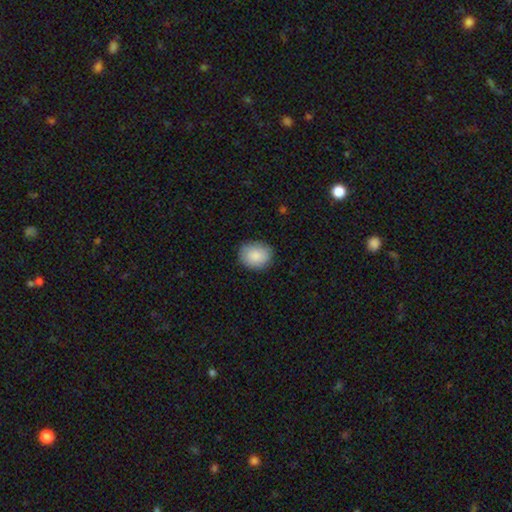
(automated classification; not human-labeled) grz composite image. It shows a smooth galaxy with no disk features (87%) that is round (59%). Merging: none (86%).